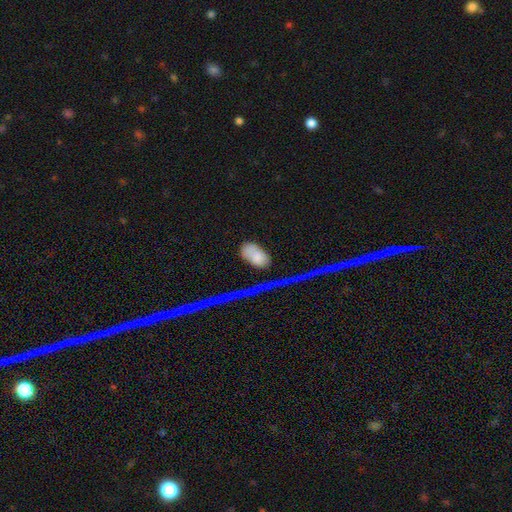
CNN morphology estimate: smooth-or-featured: smooth: 78% | featured or disk: 12% | star or artifact: 10%
  how-rounded: in between: 91% | round: 7% | cigar-shaped: 2%
  merging: none: 45% | minor disturbance: 27% | major disturbance: 19% | merger: 9%